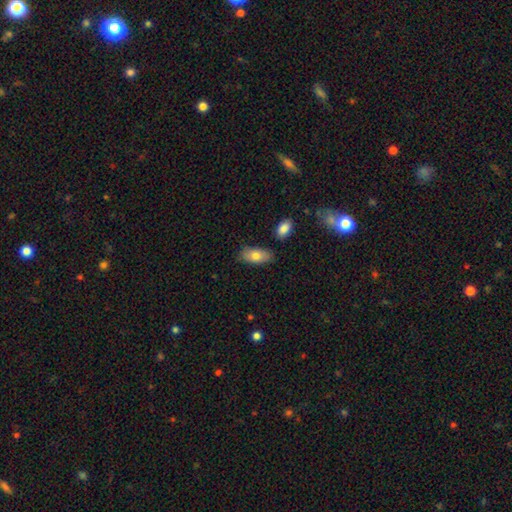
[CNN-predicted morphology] Smooth or featured? smooth (76%)
How rounded? in between (91%)
Merging? none (81%)